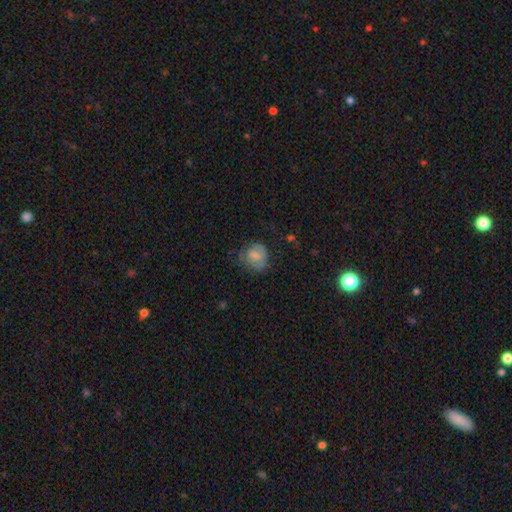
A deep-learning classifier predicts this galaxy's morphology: A smooth galaxy with no disk features (59%) that is round (69%). Merging: none (53%).